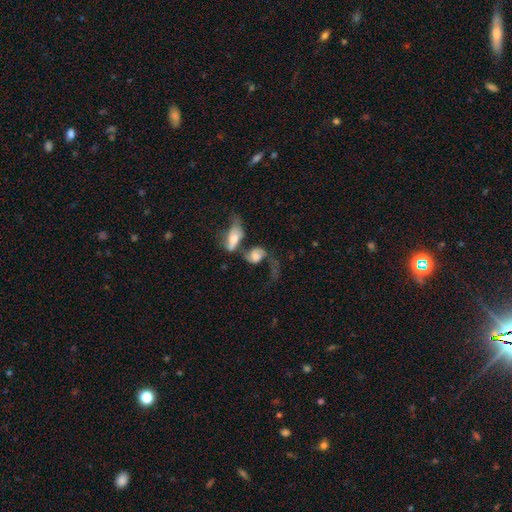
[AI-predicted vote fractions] Morphology: type=featured or disk (48%); merging=merger (54%).